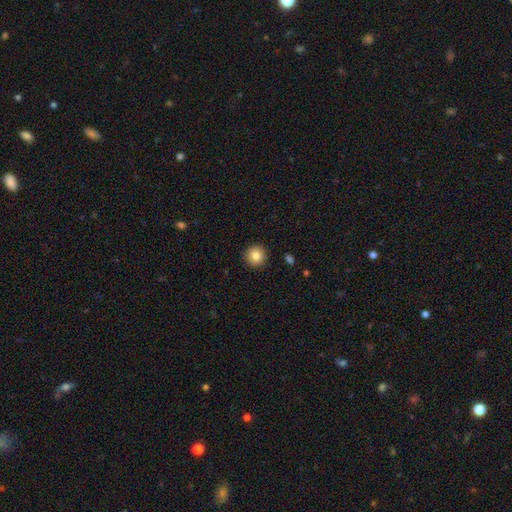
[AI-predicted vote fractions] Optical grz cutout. It shows a smooth galaxy with no disk features (84%) that is round (95%). Merging: none (92%).